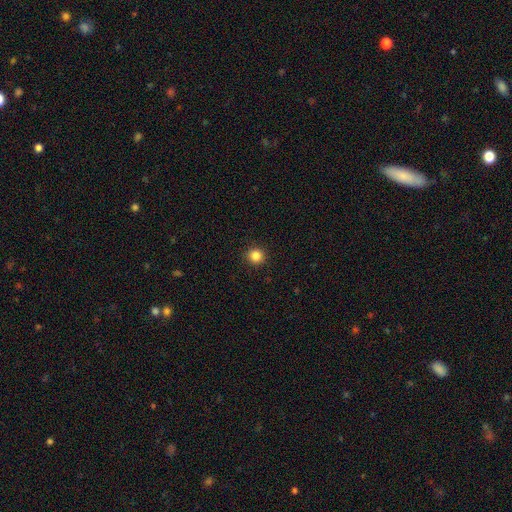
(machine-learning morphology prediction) The model was most divided on "smooth or featured": smooth: 85%, star or artifact: 11%, featured or disk: 4%. More confident: how rounded — round (94%); merging — none (93%).